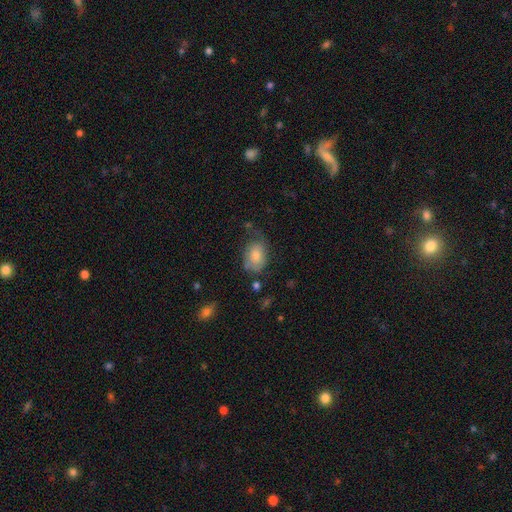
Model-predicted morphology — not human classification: Overall: smooth (74%). How rounded: in between (79%). Merging: none (48%; minor disturbance 32%).